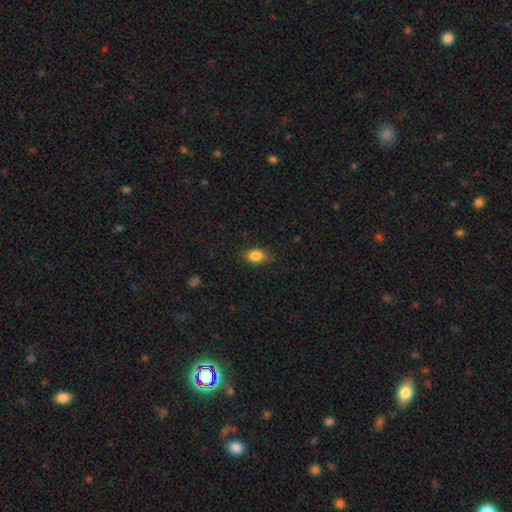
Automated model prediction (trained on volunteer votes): Smooth or featured: smooth — 84% (star or artifact — 9%)
How rounded: in between — 79% (round — 18%)
Merging: none — 82% (minor disturbance — 14%)